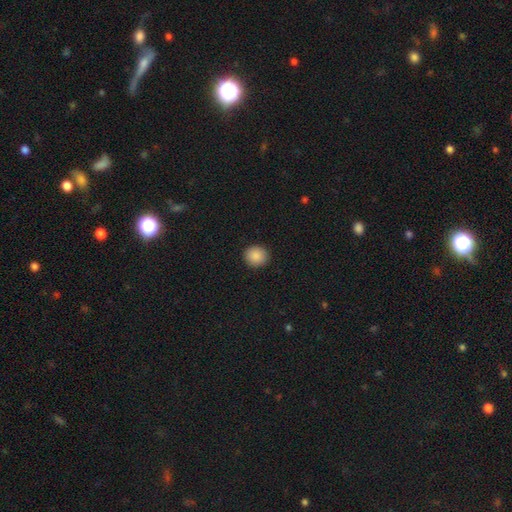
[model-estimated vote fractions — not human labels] A smooth galaxy with no disk features (88%) that is round (85%). Merging: none (92%).